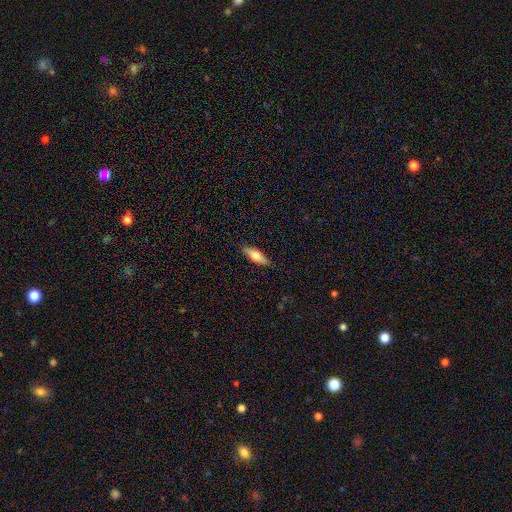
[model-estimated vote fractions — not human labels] This is likely a smooth galaxy (72%). How rounded: possibly in between (54%). Merging: clearly none (87%).